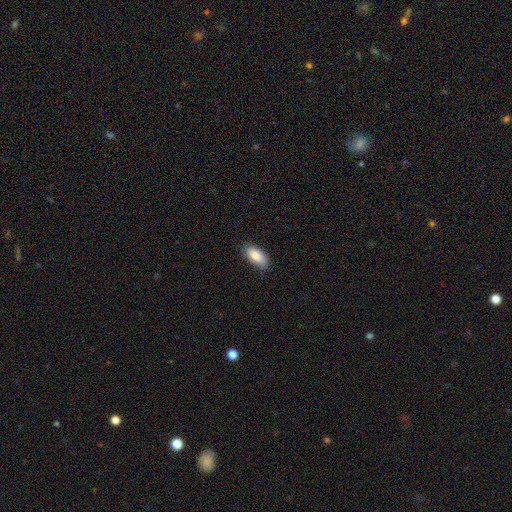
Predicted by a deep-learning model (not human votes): Q: Smooth or featured?
A: smooth (87%); runner-up: featured or disk (7%)
Q: How rounded?
A: in between (89%); runner-up: cigar-shaped (9%)
Q: Merging?
A: none (82%); runner-up: minor disturbance (15%)